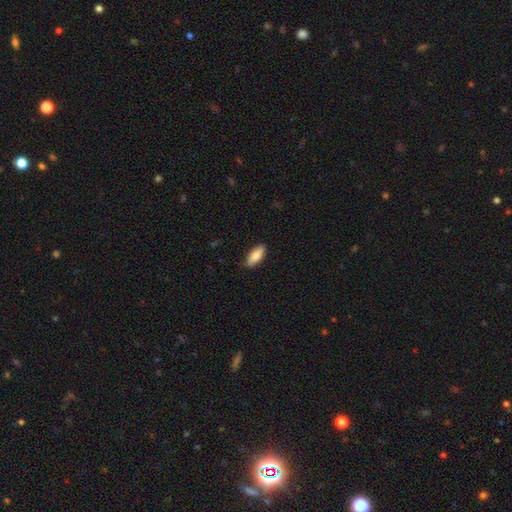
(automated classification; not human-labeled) This appears to be a smooth galaxy with no disk features (82%) that is in between round and cigar-shaped (76%). Merging: none (82%).